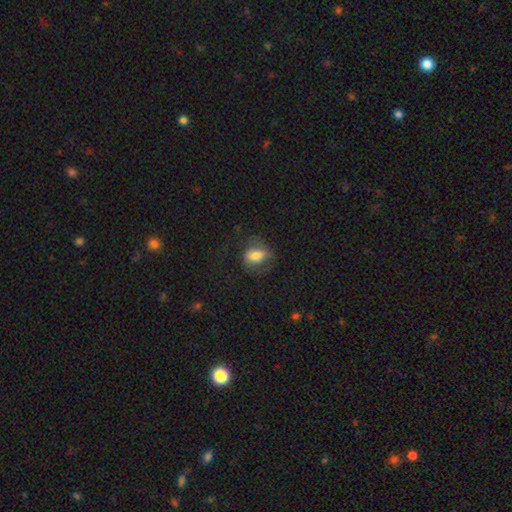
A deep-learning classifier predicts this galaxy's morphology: A smooth galaxy with no disk features (65%) that is in between round and cigar-shaped (67%). Merging: none (58%).